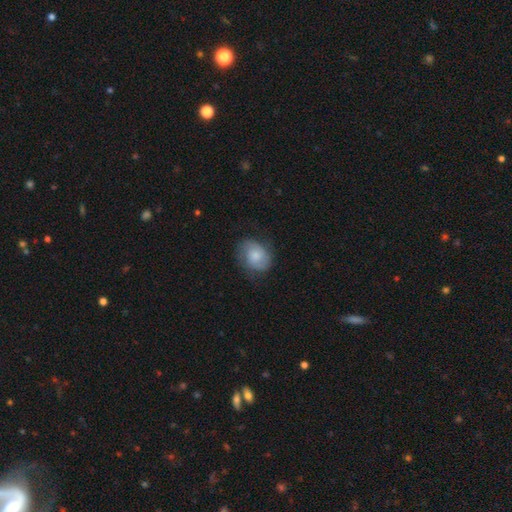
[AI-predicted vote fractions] A smooth galaxy with no disk features (58%) that is in between round and cigar-shaped (54%).

Vote fractions:
- Smooth or featured? smooth: 58% / featured or disk: 34% / star or artifact: 8%
- How rounded? in between: 54% / round: 45% / cigar-shaped: 1%
- Merging? none: 72% / minor disturbance: 20% / major disturbance: 7% / merger: 1%